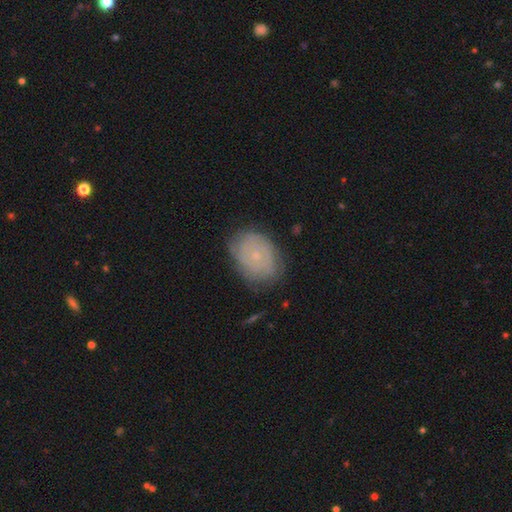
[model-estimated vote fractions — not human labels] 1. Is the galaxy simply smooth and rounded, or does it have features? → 57% featured or disk, 35% smooth, 8% star or artifact.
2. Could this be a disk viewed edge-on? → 96% no, 4% yes.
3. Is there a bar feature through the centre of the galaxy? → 84% no, 14% weak, 2% strong.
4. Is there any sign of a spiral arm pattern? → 78% yes, 22% no.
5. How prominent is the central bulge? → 82% small, 12% moderate, 3% none, 1% large, 1% dominant.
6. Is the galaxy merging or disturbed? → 75% none, 18% minor disturbance, 5% major disturbance, 1% merger.